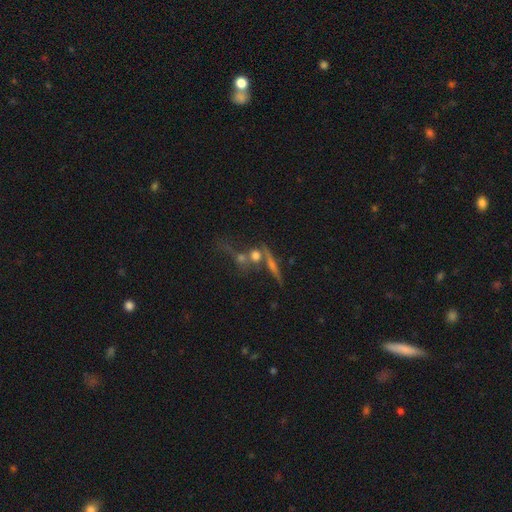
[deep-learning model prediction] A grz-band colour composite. It shows a smooth galaxy with no disk features (52%) that is round (63%). Merging: none (41%).